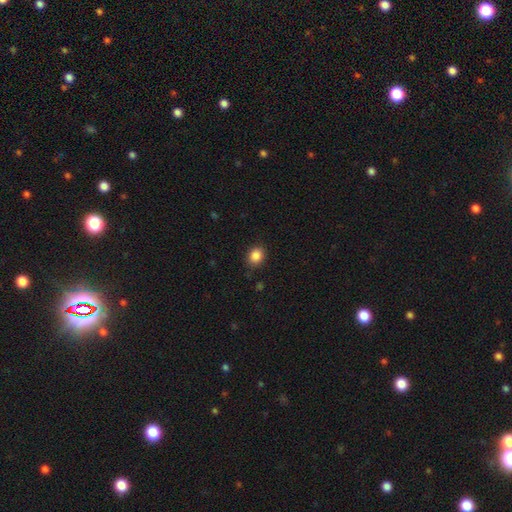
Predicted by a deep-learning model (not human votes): Morphology: type=smooth (87%); roundness=round (62%); merging=none (87%).